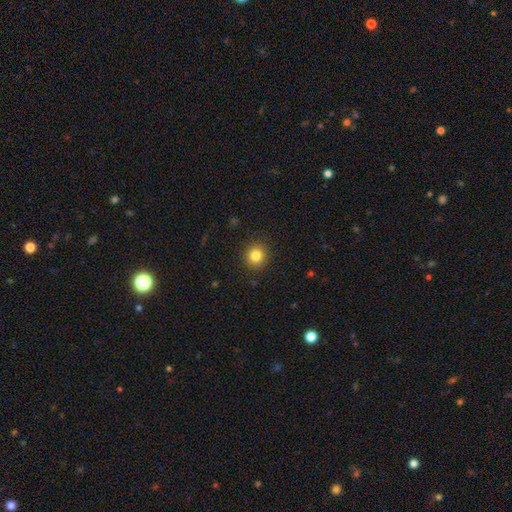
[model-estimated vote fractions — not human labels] The model was most divided on "smooth or featured": smooth: 83%, star or artifact: 11%, featured or disk: 6%. More confident: merging — none (91%); how rounded — round (90%).